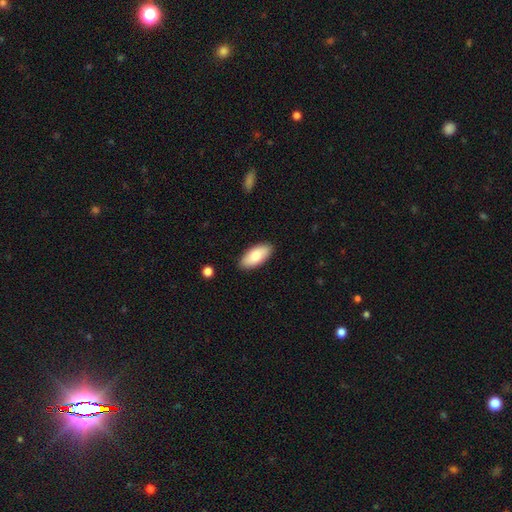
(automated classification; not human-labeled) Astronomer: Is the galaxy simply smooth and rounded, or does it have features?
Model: smooth — 79%.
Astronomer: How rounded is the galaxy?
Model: in between — 91%.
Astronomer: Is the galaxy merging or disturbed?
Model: none — 88%.